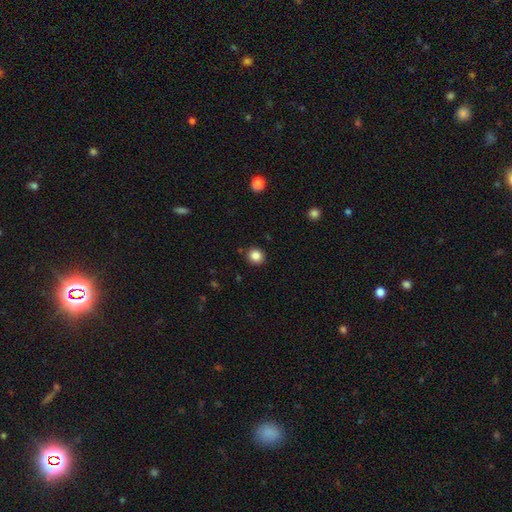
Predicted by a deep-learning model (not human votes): smooth_or_featured: smooth (p=0.85) [alt: star or artifact p=0.11]
how_rounded: round (p=0.87) [alt: in between p=0.12]
merging: none (p=0.90) [alt: minor disturbance p=0.06]